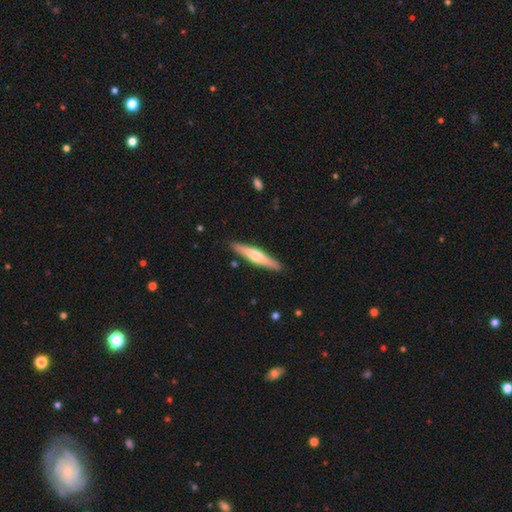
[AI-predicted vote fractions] This appears to be a featured or disk galaxy (48%). Merging: none (89%).